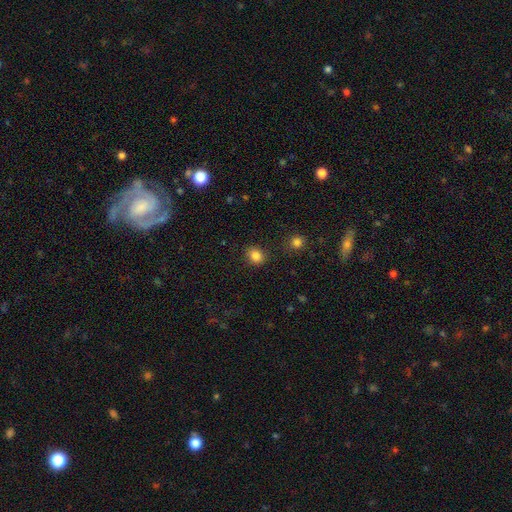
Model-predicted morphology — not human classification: smooth-or-featured: smooth: 85% | star or artifact: 11% | featured or disk: 4%
  how-rounded: round: 60% | in between: 39% | cigar-shaped: 1%
  merging: none: 83% | minor disturbance: 11% | major disturbance: 3% | merger: 2%